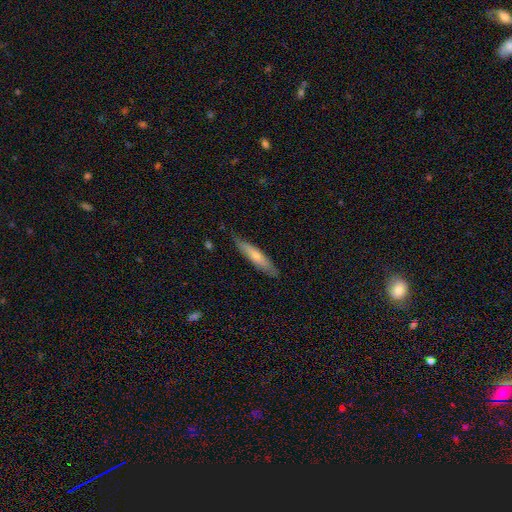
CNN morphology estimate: The model was most divided on "smooth or featured": smooth: 61%, featured or disk: 34%, star or artifact: 5%. More confident: how rounded — cigar-shaped (84%); merging — none (78%).